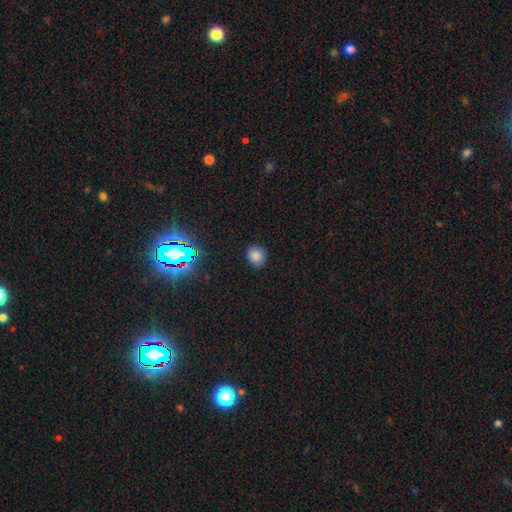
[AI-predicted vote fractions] Smooth or featured: smooth — 82% (star or artifact — 14%)
How rounded: round — 82% (in between — 17%)
Merging: none — 87% (minor disturbance — 10%)